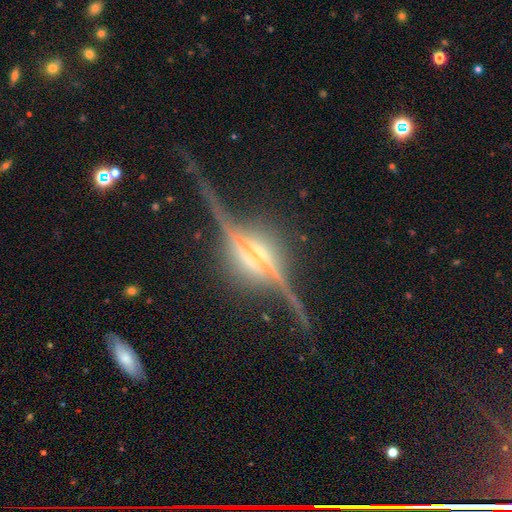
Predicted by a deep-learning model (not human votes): Smooth or featured?
  - featured or disk: 90% *
  - star or artifact: 6%
  - smooth: 4%
Edge-on disk?
  - yes: 96% *
  - no: 4%
Edge-on bulge?
  - rounded: 75% *
  - boxy: 20%
  - none: 5%
Merging?
  - none: 82% *
  - minor disturbance: 12%
  - major disturbance: 4%
  - merger: 2%